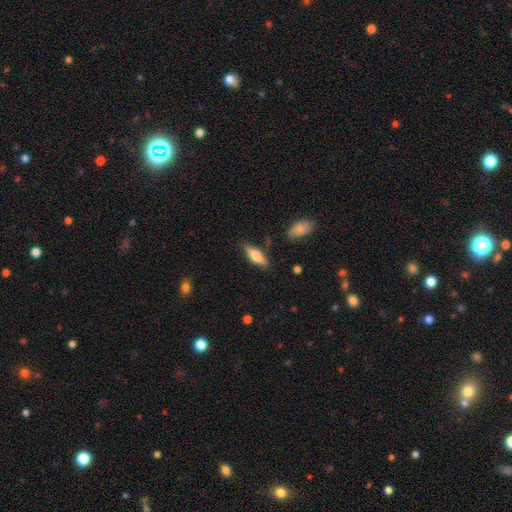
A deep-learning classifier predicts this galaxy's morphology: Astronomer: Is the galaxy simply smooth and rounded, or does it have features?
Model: smooth — 65%.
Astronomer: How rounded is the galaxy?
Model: in between — 56% (runner-up: cigar-shaped, 42%).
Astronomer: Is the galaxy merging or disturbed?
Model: none — 79%.